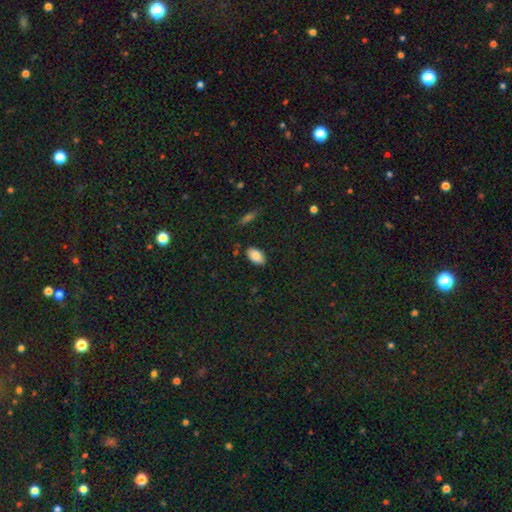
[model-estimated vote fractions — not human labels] smooth_or_featured: smooth (p=0.85) [alt: star or artifact p=0.08]
how_rounded: in between (p=0.94) [alt: round p=0.04]
merging: none (p=0.85) [alt: minor disturbance p=0.11]